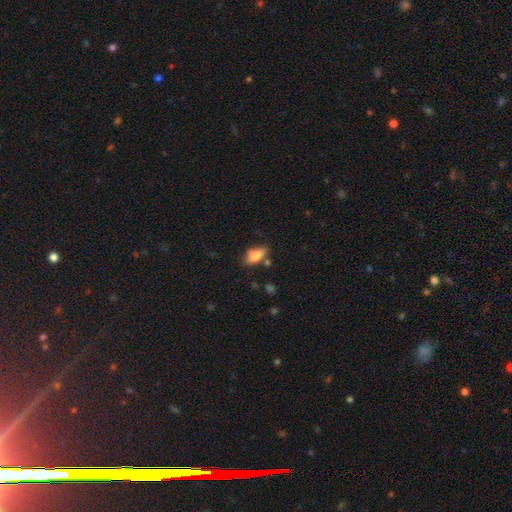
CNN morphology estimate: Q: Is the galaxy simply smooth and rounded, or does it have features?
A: smooth — 80%.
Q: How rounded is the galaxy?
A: in between — 85%.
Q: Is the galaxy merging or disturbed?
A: none — 62%.